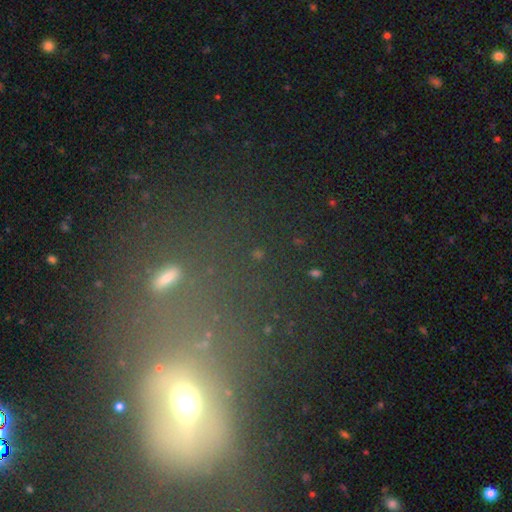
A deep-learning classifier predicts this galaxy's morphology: Smooth or featured?
  - star or artifact: 51% *
  - smooth: 30%
  - featured or disk: 18%